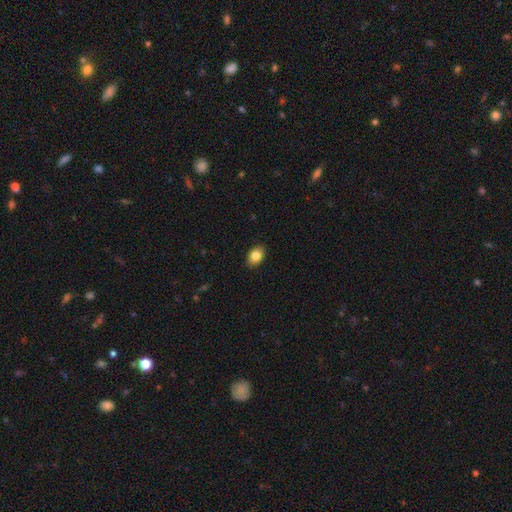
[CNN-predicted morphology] type=smooth (83%); roundness=in between (83%); merging=none (89%).